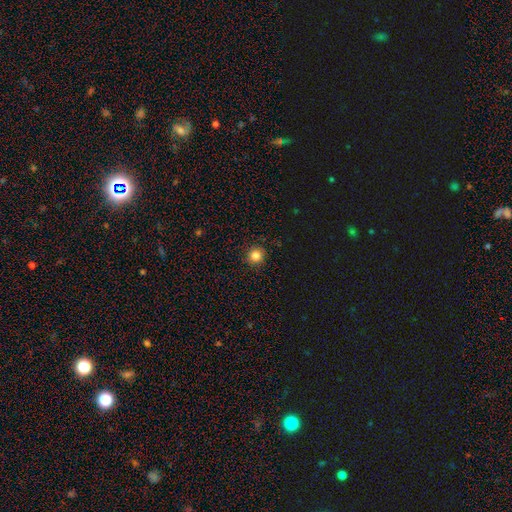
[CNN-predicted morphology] Smooth or featured? smooth (84%)
How rounded? round (94%)
Merging? none (92%)